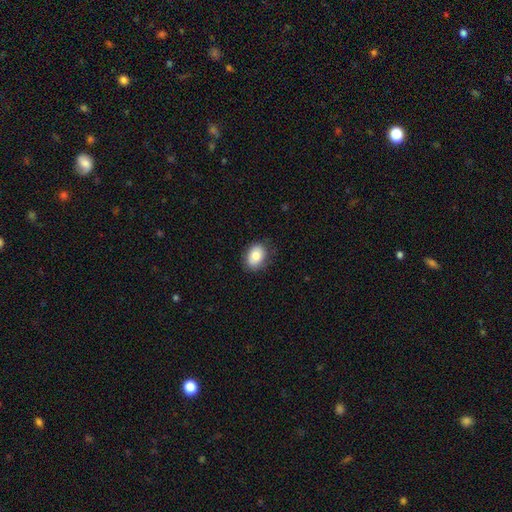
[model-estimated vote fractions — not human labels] The model was most divided on "how rounded": in between: 72%, round: 27%, cigar-shaped: 1%. More confident: merging — none (82%); smooth or featured — smooth (81%).